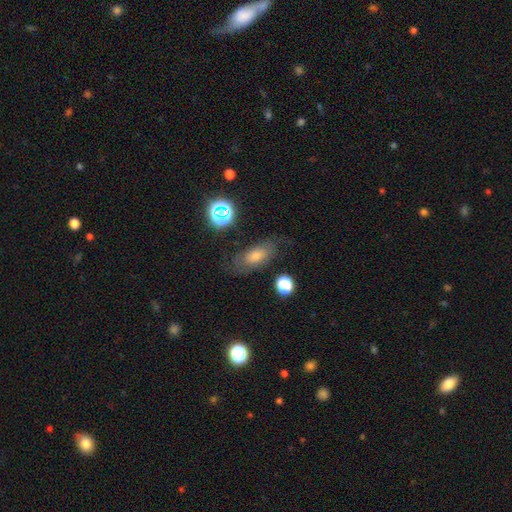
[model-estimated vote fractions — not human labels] Smooth or featured? smooth (50%)
Merging? none (73%)